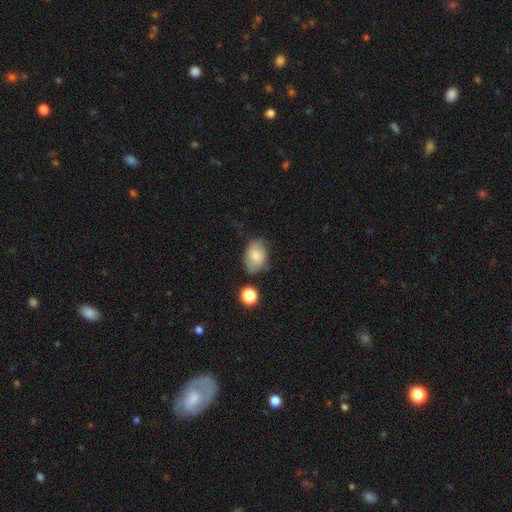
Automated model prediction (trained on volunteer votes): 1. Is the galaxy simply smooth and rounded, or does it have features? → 79% smooth, 13% featured or disk, 8% star or artifact.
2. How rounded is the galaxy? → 81% in between, 18% round, 1% cigar-shaped.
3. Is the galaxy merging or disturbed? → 65% none, 24% minor disturbance, 6% major disturbance, 4% merger.